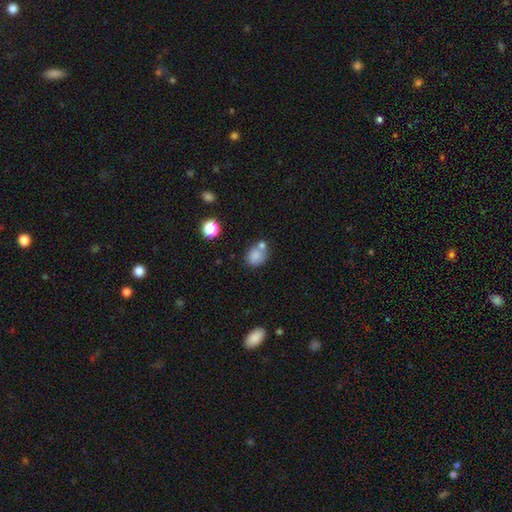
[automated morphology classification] This appears to be a smooth galaxy with no disk features (79%) that is round (52%). Merging: none (47%).